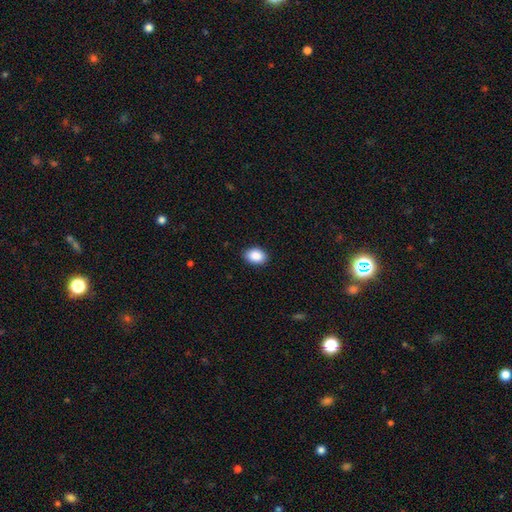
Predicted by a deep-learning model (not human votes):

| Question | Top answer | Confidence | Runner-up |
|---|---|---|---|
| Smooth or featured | smooth | 90% | star or artifact (7%) |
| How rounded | in between | 80% | round (19%) |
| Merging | none | 89% | minor disturbance (8%) |